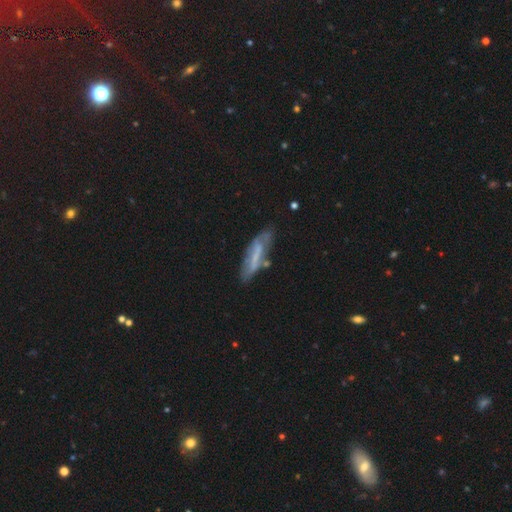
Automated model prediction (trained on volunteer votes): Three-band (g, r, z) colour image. It shows a featured or disk galaxy (52%). Merging: none (57%).